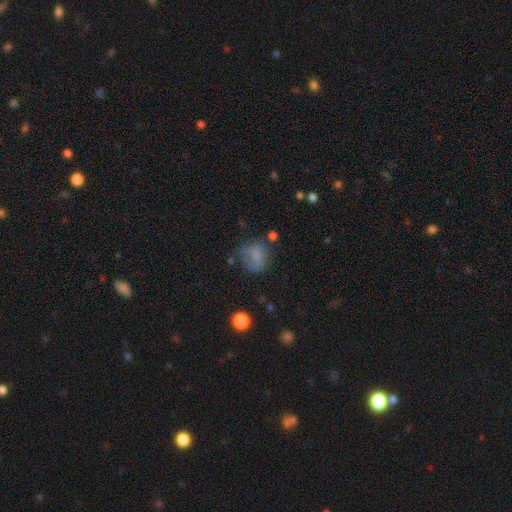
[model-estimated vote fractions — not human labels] The model was most divided on "how rounded": round: 53%, in between: 45%, cigar-shaped: 1%. Remaining: smooth or featured — smooth (66%); merging — none (41%).